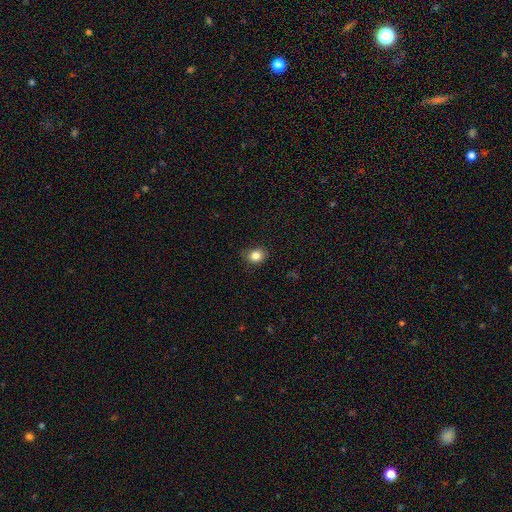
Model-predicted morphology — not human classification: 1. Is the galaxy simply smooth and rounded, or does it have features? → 84% smooth, 11% star or artifact, 5% featured or disk.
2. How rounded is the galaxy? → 60% round, 39% in between, 1% cigar-shaped.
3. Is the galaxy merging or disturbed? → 80% none, 16% minor disturbance, 3% major disturbance, 1% merger.